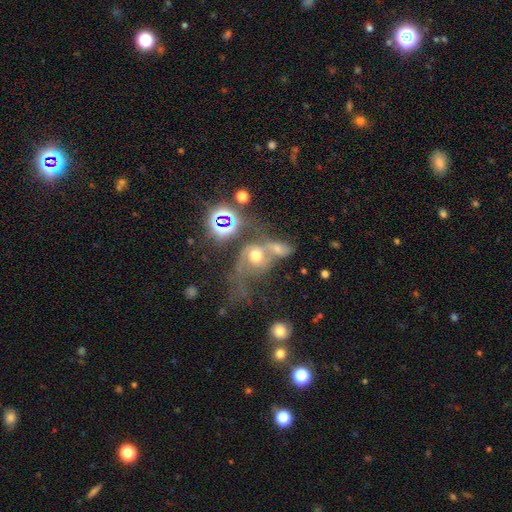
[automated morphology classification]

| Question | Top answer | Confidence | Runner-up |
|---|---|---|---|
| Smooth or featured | featured or disk | 37% | smooth (35%) |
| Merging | merger | 52% | major disturbance (21%) |